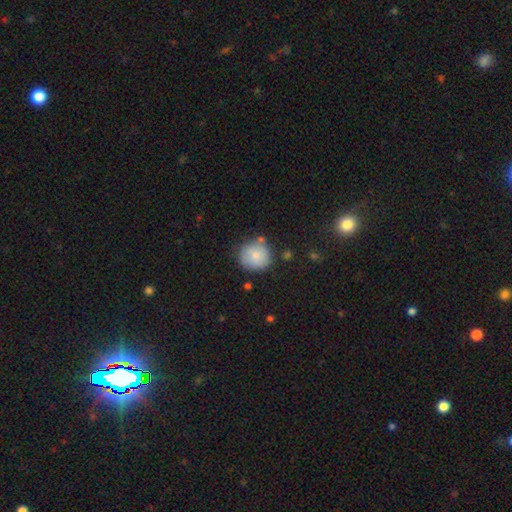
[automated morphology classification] This appears to be a smooth galaxy with no disk features (79%) that is round (90%). Merging: none (76%).